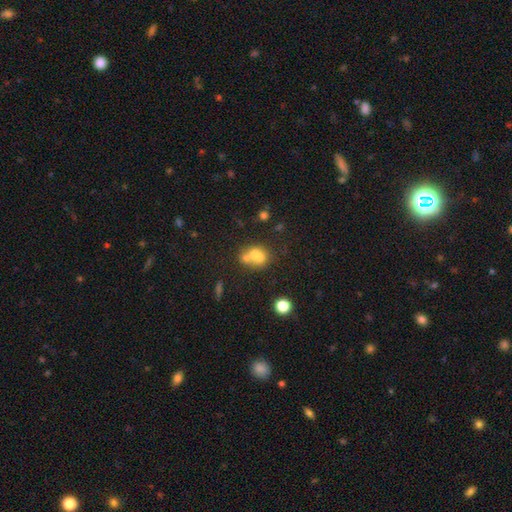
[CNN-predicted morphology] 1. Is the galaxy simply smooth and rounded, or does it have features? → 60% smooth, 27% featured or disk, 14% star or artifact.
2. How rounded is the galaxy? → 61% round, 37% in between, 1% cigar-shaped.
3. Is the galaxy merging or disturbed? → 58% merger, 29% none, 8% minor disturbance, 5% major disturbance.